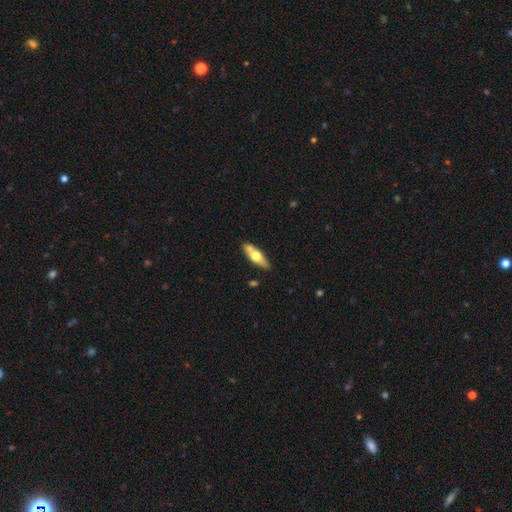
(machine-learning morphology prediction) A smooth galaxy with no disk features (48%).

Vote fractions:
- Smooth or featured? smooth: 48% / featured or disk: 47% / star or artifact: 5%
- Merging? none: 76% / minor disturbance: 12% / merger: 8% / major disturbance: 3%